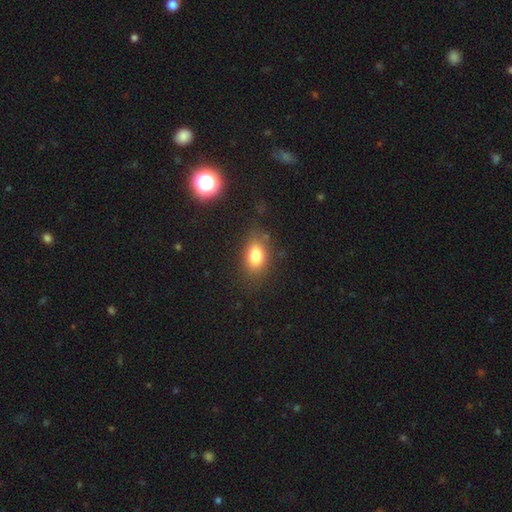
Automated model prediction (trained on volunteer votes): Smooth or featured: smooth — 81% (star or artifact — 10%)
How rounded: in between — 84% (round — 13%)
Merging: none — 75% (minor disturbance — 17%)